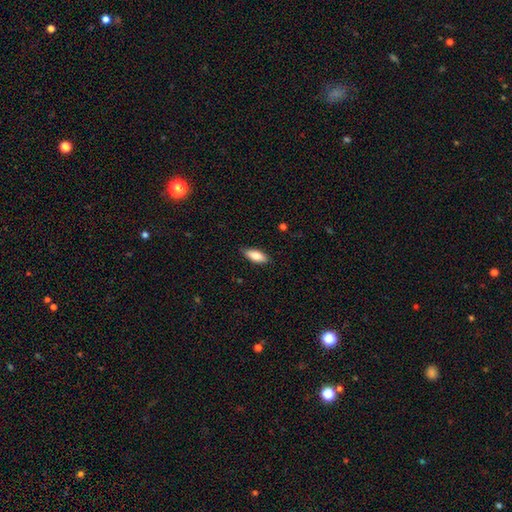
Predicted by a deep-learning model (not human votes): smooth 82%, featured or disk 12%, star or artifact 6%. Down the decision tree: how rounded — in between (77%); merging — none (87%).